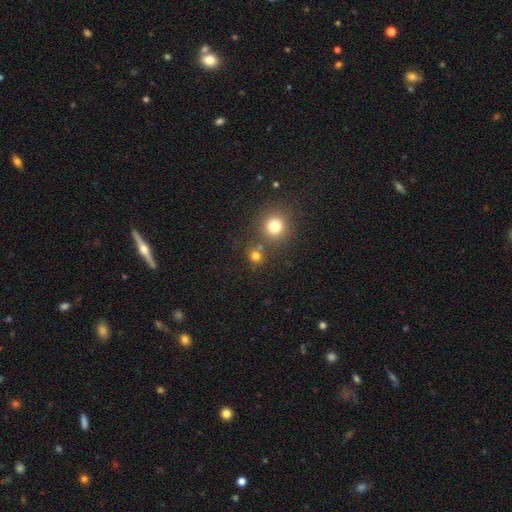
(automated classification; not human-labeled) Smooth or featured?
  - smooth: 75% *
  - star or artifact: 19%
  - featured or disk: 7%
How rounded?
  - round: 87% *
  - in between: 12%
  - cigar-shaped: 1%
Merging?
  - none: 71% *
  - merger: 18%
  - minor disturbance: 8%
  - major disturbance: 4%